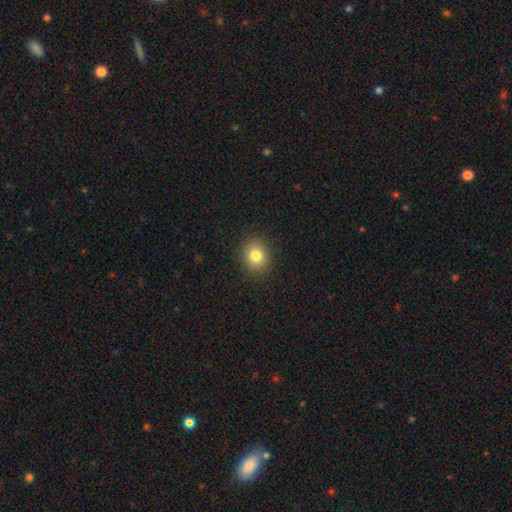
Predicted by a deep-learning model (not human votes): smooth 82%, star or artifact 11%, featured or disk 7%. Down the decision tree: how rounded — round (73%); merging — none (90%).